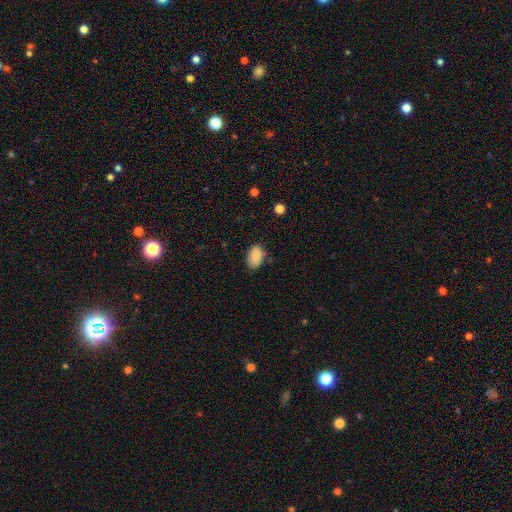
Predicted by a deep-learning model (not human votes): Overall: smooth (88%). How rounded: in between (91%). Merging: none (77%).